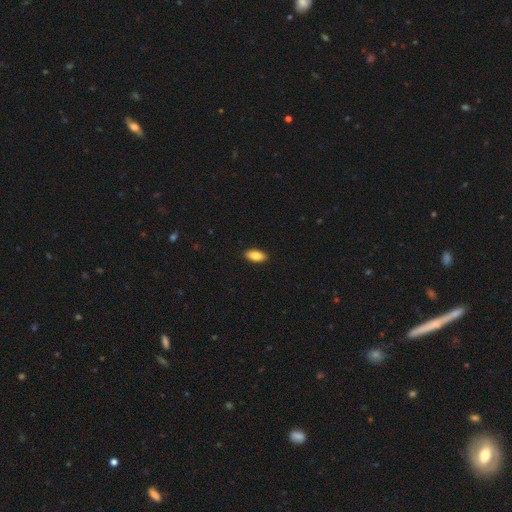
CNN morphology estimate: Smooth or featured? smooth (85%)
How rounded? in between (92%)
Merging? none (91%)